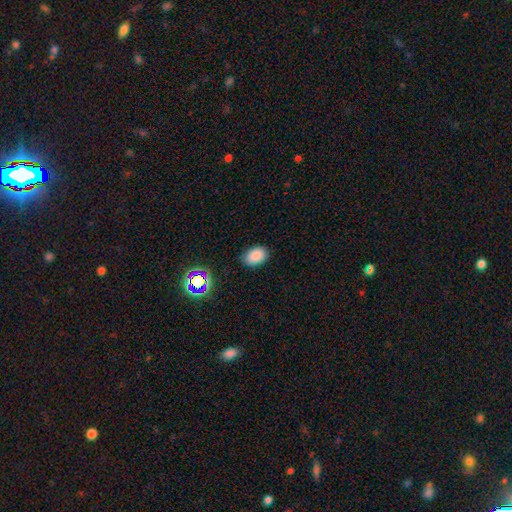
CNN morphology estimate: This appears to be a smooth galaxy with no disk features (85%) that is in between round and cigar-shaped (84%). Merging: none (84%).